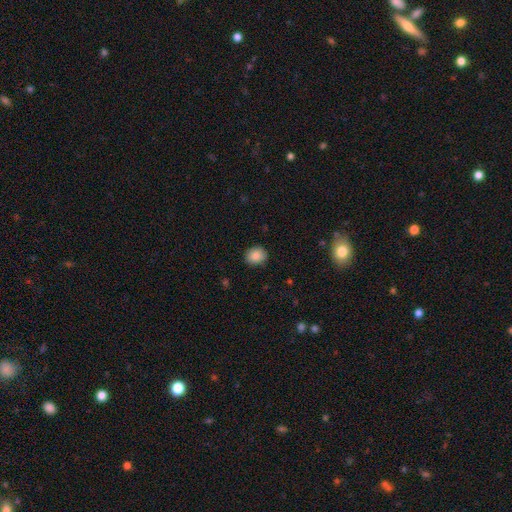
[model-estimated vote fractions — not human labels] Overall: smooth (87%). How rounded: round (66%; in between 33%). Merging: none (87%).